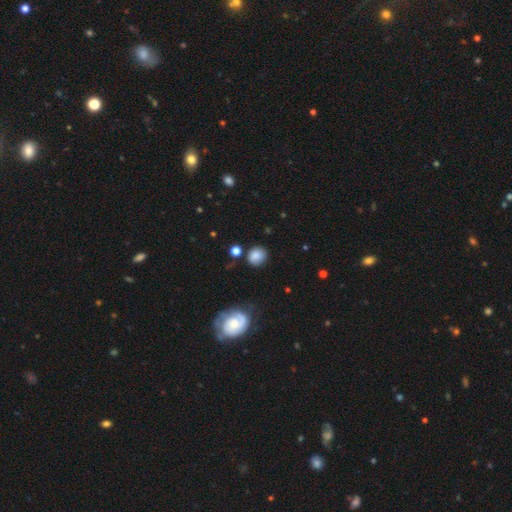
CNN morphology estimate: Smooth or featured?
  - smooth: 80% *
  - star or artifact: 10%
  - featured or disk: 10%
How rounded?
  - round: 80% *
  - in between: 19%
  - cigar-shaped: 1%
Merging?
  - none: 80% *
  - minor disturbance: 12%
  - major disturbance: 4%
  - merger: 4%